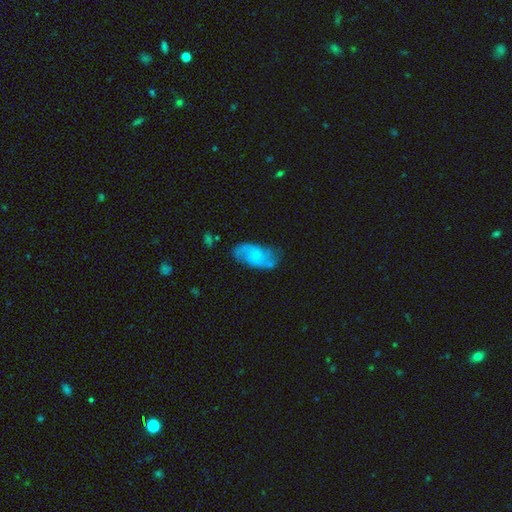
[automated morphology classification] Smooth or featured?
  - featured or disk: 67% *
  - smooth: 25%
  - star or artifact: 7%
Edge-on disk?
  - no: 96% *
  - yes: 4%
Bar?
  - no: 53% *
  - weak: 40%
  - strong: 8%
Spiral arms?
  - yes: 90% *
  - no: 10%
Spiral winding?
  - loose: 44% *
  - medium: 41%
  - tight: 15%
Spiral arm count?
  - 2: 85% *
  - can't tell: 8%
  - 3: 3%
  - 1: 2%
  - 4: 1%
  - more than 4: 1%
Bulge size?
  - none: 58% *
  - small: 21%
  - moderate: 14%
  - large: 6%
  - dominant: 1%
Merging?
  - none: 70% *
  - minor disturbance: 20%
  - major disturbance: 8%
  - merger: 2%